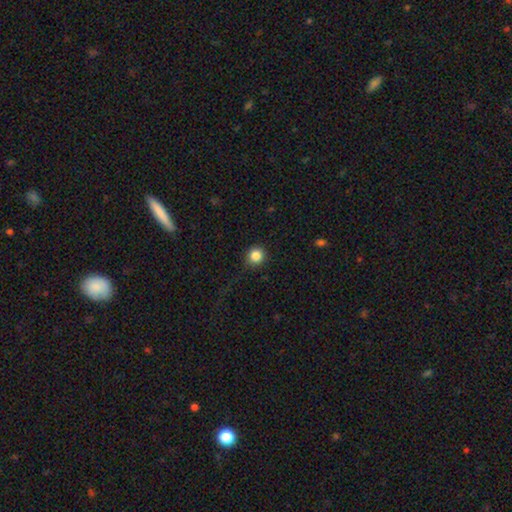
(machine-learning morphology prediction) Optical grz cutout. It shows a smooth galaxy with no disk features (85%) that is round (92%). Merging: none (87%).